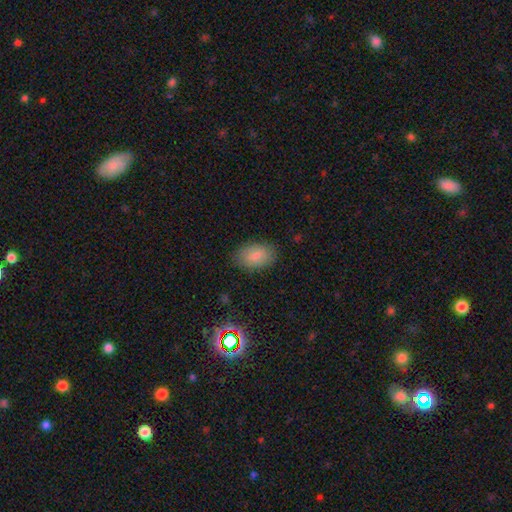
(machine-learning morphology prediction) This is clearly a smooth galaxy (81%). How rounded: clearly in between (90%). Merging: clearly none (83%).